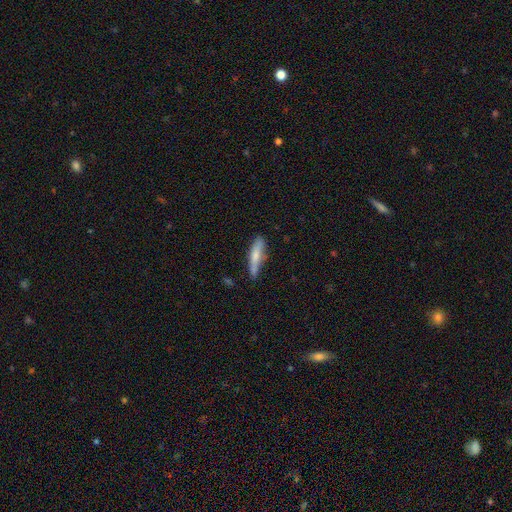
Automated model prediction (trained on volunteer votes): smooth 70%, featured or disk 24%, star or artifact 6%. Down the decision tree: how rounded — cigar-shaped (76%); merging — none (66%).